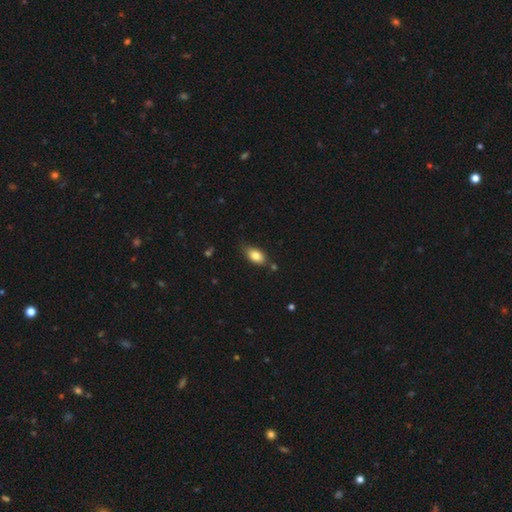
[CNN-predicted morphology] type=smooth (82%); roundness=in between (90%); merging=none (70%).